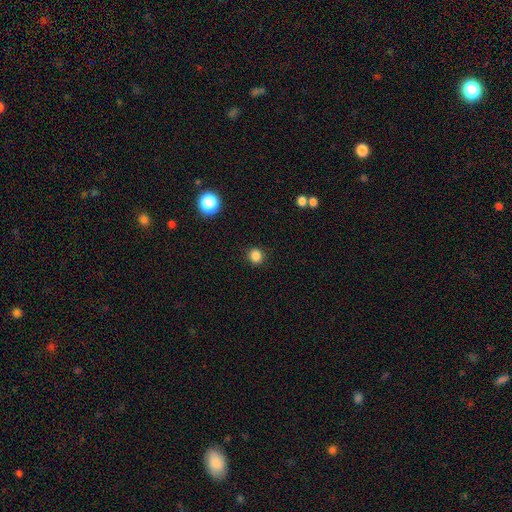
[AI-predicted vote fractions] Smooth or featured? smooth (84%)
How rounded? round (85%)
Merging? none (90%)